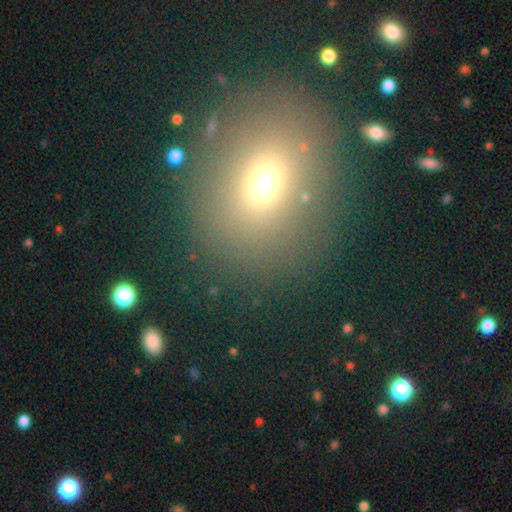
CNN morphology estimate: Smooth or featured: smooth — 64% (star or artifact — 24%)
How rounded: round — 59% (in between — 39%)
Merging: none — 83% (minor disturbance — 9%)